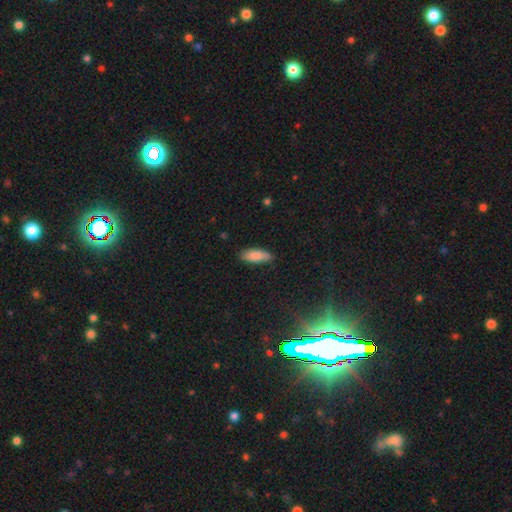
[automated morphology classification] Q: Smooth or featured?
A: smooth (86%); runner-up: featured or disk (7%)
Q: How rounded?
A: in between (71%); runner-up: cigar-shaped (28%)
Q: Merging?
A: none (81%); runner-up: minor disturbance (16%)